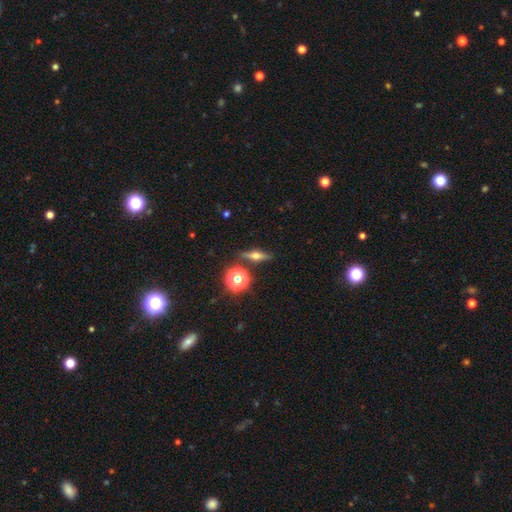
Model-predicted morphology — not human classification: This appears to be a featured or disk galaxy (59%) viewed edge-on (94%) with a rounded central bulge (94%). Merging: none (86%).